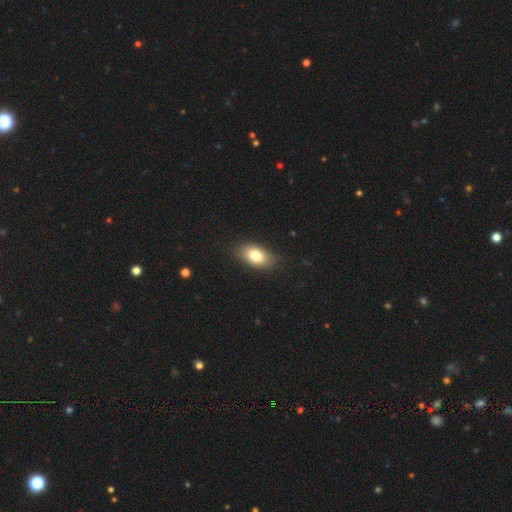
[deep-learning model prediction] smooth 80%, featured or disk 12%, star or artifact 8%. Down the decision tree: how rounded — in between (88%); merging — none (85%).